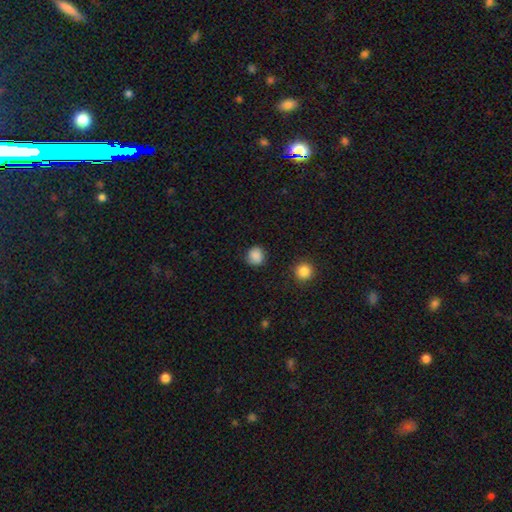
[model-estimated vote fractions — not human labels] Smooth or featured: smooth — 84% (star or artifact — 9%)
How rounded: round — 88% (in between — 11%)
Merging: none — 80% (minor disturbance — 14%)